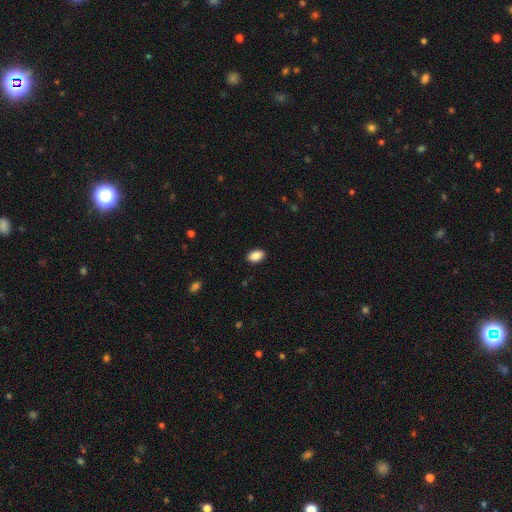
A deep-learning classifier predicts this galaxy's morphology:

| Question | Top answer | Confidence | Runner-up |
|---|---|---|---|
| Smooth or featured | smooth | 89% | star or artifact (7%) |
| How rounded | in between | 90% | round (8%) |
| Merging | none | 89% | minor disturbance (8%) |